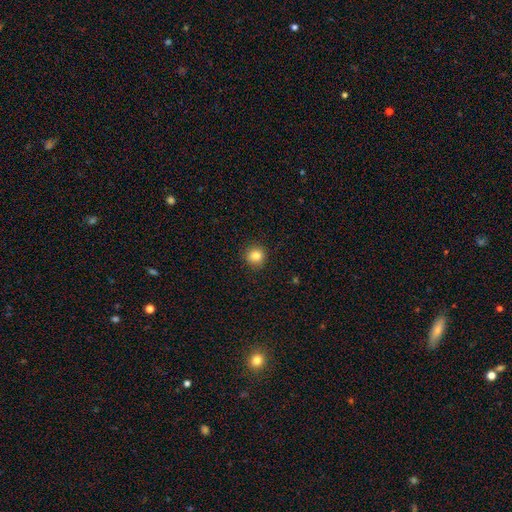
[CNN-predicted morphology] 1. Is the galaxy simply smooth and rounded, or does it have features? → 84% smooth, 11% star or artifact, 5% featured or disk.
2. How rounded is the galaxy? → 91% round, 8% in between, 1% cigar-shaped.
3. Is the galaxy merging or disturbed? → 90% none, 7% minor disturbance, 2% major disturbance, 1% merger.